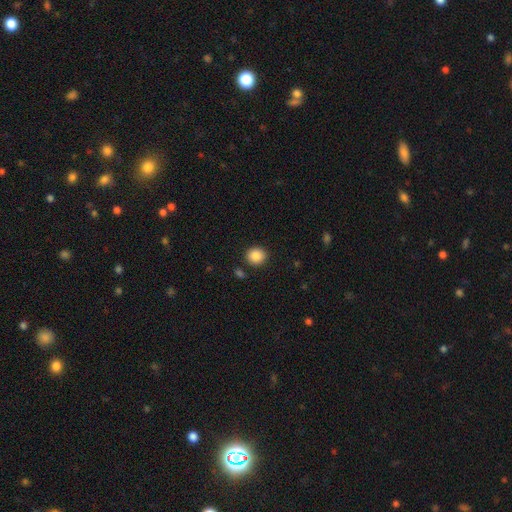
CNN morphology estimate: Smooth or featured? smooth (88%)
How rounded? round (82%)
Merging? none (88%)